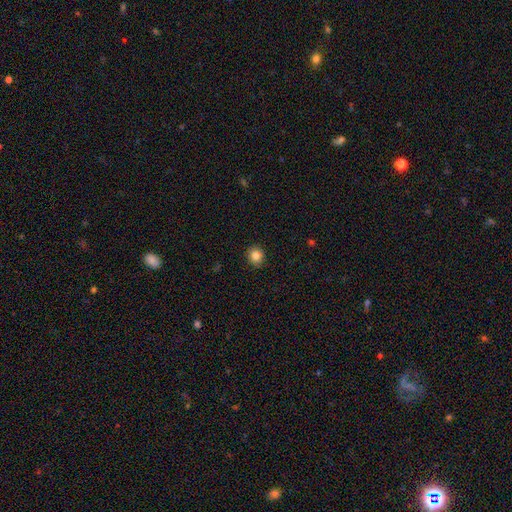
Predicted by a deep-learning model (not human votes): Smooth or featured? smooth (84%)
How rounded? round (89%)
Merging? none (92%)